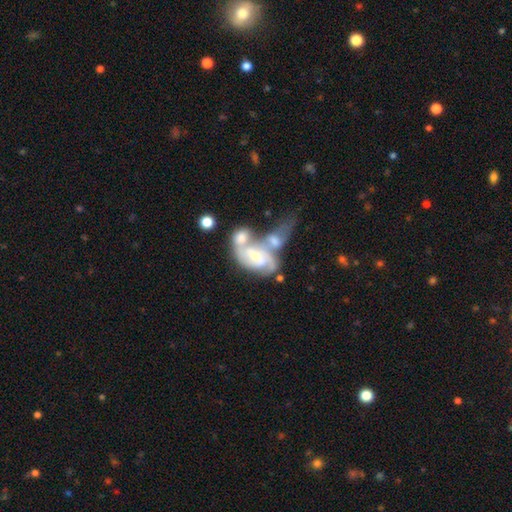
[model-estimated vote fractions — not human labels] A featured or disk galaxy (78%) with no bar (50%), 2 (53%) medium (44%) spiral arms (91%) and a small central bulge (49%). Merging: merger (64%).